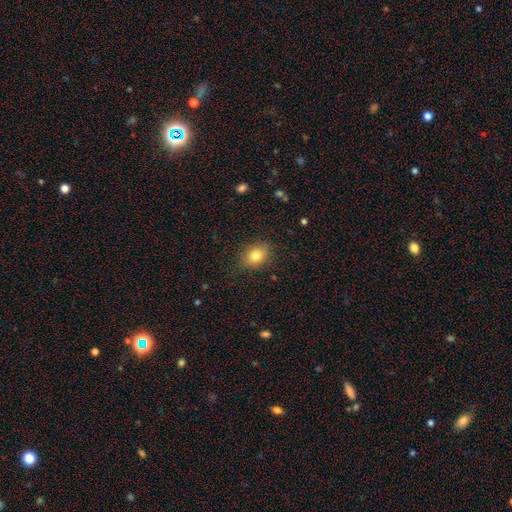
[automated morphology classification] type=smooth (80%); roundness=in between (61%); merging=none (84%).